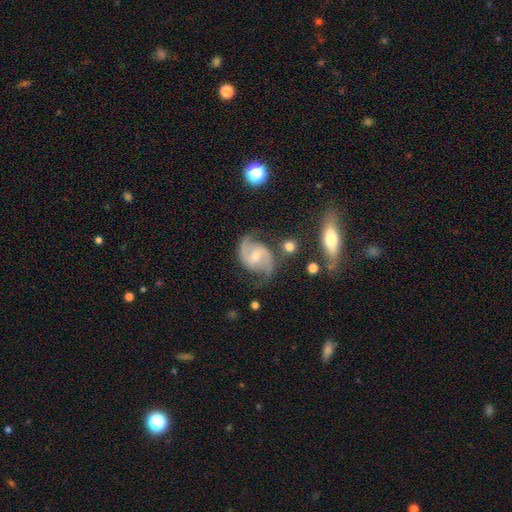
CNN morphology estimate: This is clearly a featured or disk galaxy (87%). It is clearly not viewed edge-on (98%). Bar: marginally no (45%). Spiral arm pattern: clearly yes (97%). Spiral arm count: clearly 2 (92%). Spiral winding: possibly medium (55%). Central bulge: possibly moderate (57%). Merging: likely none (72%).